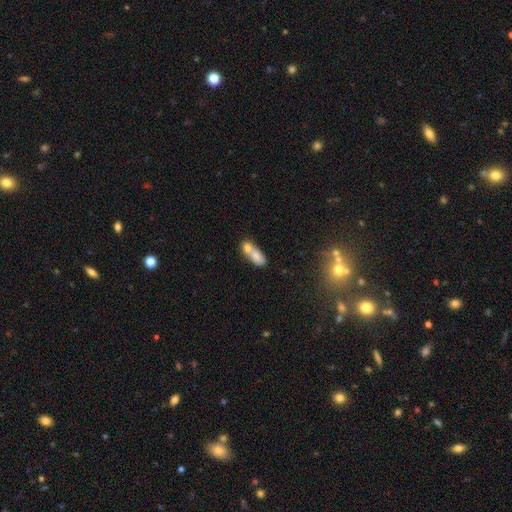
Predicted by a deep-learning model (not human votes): smooth-or-featured: smooth: 71% | featured or disk: 20% | star or artifact: 9%
  how-rounded: in between: 75% | cigar-shaped: 14% | round: 10%
  merging: merger: 67% | none: 20% | minor disturbance: 8% | major disturbance: 5%